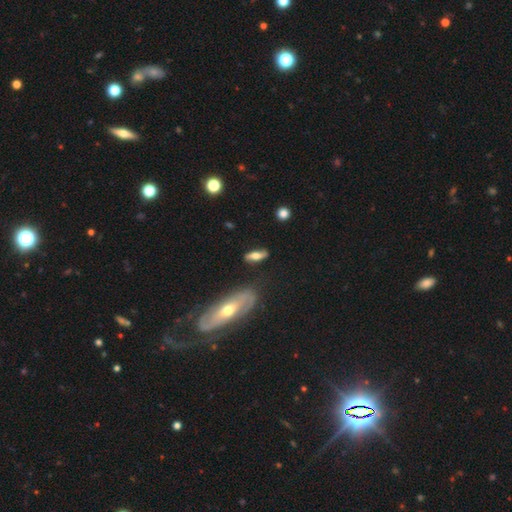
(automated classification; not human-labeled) Q: Smooth or featured?
A: smooth (53%); runner-up: featured or disk (39%)
Q: How rounded?
A: in between (53%); runner-up: cigar-shaped (42%)
Q: Merging?
A: none (76%); runner-up: minor disturbance (15%)